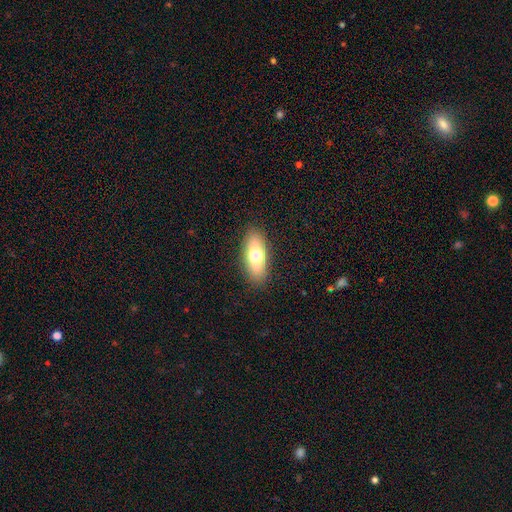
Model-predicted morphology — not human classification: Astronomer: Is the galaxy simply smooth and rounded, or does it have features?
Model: smooth — 70%.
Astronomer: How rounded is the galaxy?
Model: in between — 76%.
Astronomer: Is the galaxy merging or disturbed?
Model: none — 88%.